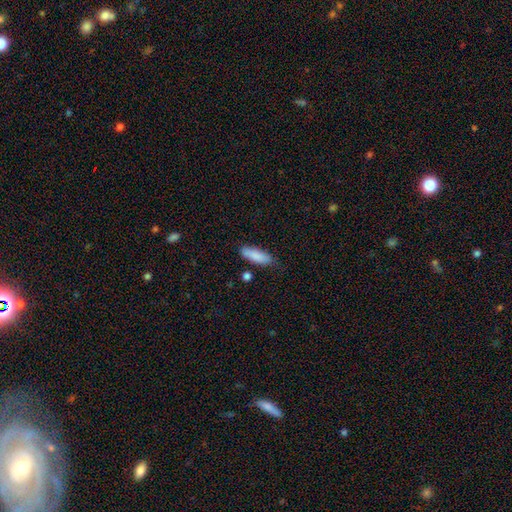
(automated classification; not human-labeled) Smooth or featured?
  - smooth: 87% *
  - featured or disk: 7%
  - star or artifact: 6%
How rounded?
  - in between: 59% *
  - cigar-shaped: 39%
  - round: 2%
Merging?
  - none: 75% *
  - minor disturbance: 18%
  - merger: 4%
  - major disturbance: 3%